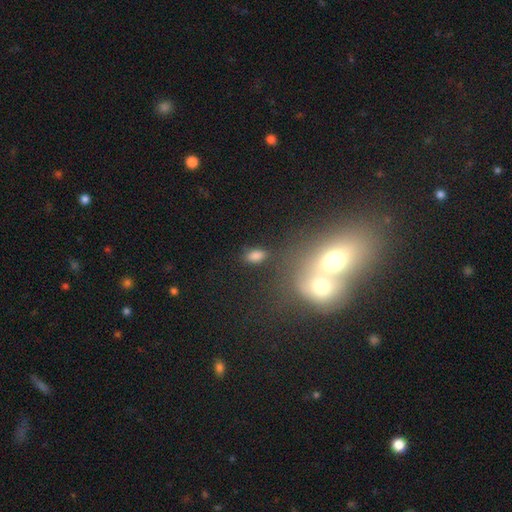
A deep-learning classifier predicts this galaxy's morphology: Smooth or featured: smooth — 79% (star or artifact — 15%)
How rounded: in between — 89% (round — 7%)
Merging: none — 77% (minor disturbance — 13%)